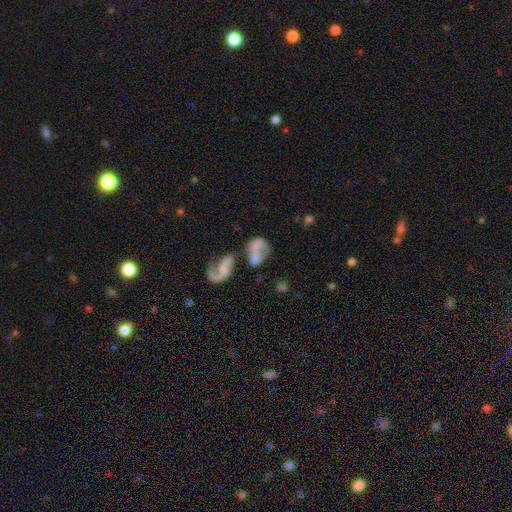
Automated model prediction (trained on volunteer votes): Smooth or featured: featured or disk — 47% (smooth — 42%)
Merging: merger — 47% (major disturbance — 24%)